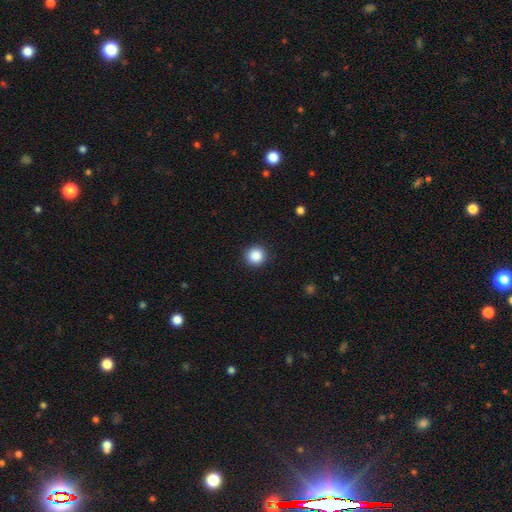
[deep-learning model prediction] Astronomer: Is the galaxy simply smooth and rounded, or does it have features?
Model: smooth — 87%.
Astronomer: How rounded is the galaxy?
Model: round — 95%.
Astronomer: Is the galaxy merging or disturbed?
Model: none — 92%.